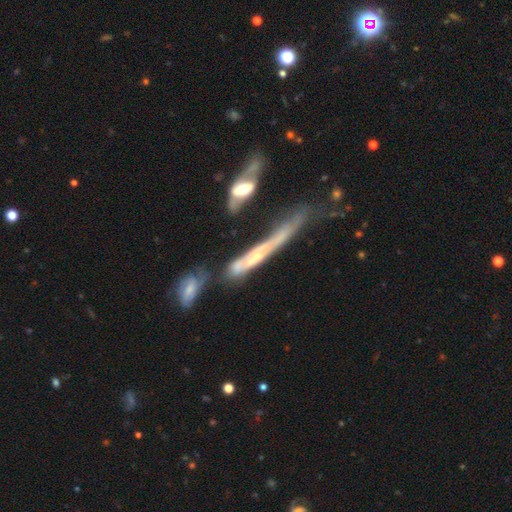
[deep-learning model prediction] Overall: featured or disk (62%; smooth 28%). Edge-on disk: yes (70%; no 30%). Merging: merger (31%; none 27%).